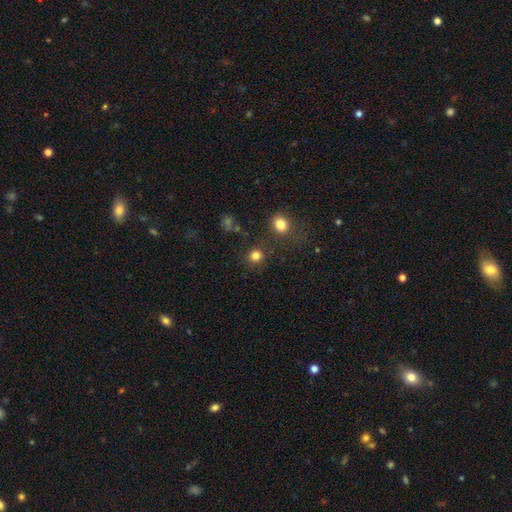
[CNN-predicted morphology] Smooth or featured? smooth (81%)
How rounded? round (88%)
Merging? none (79%)